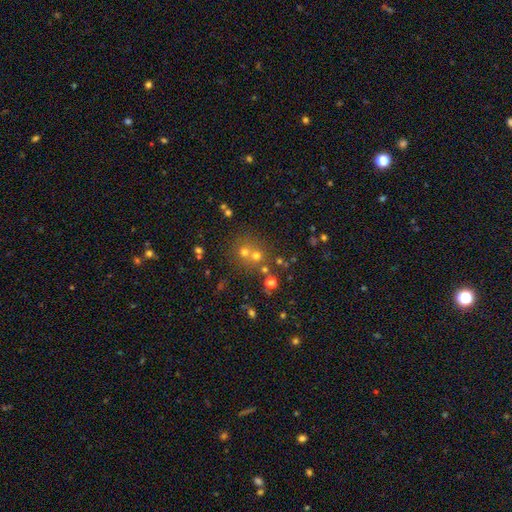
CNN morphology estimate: Q: Smooth or featured?
A: smooth (55%); runner-up: star or artifact (29%)
Q: How rounded?
A: round (86%); runner-up: in between (13%)
Q: Merging?
A: none (51%); runner-up: merger (39%)